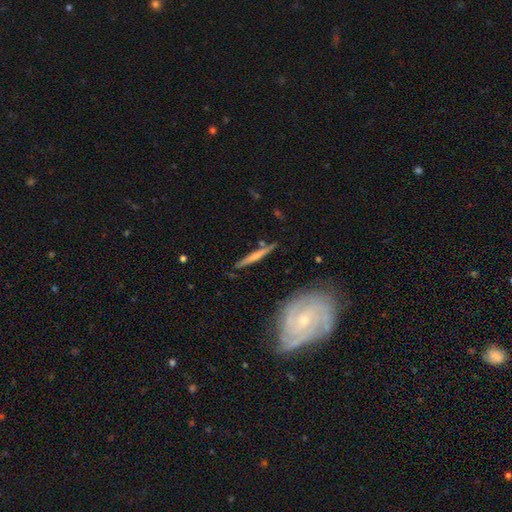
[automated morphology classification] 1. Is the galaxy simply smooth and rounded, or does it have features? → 56% featured or disk, 38% smooth, 6% star or artifact.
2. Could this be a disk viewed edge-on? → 92% yes, 8% no.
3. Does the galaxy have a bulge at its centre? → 48% none, 45% rounded, 7% boxy.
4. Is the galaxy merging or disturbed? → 82% none, 11% minor disturbance, 4% merger, 2% major disturbance.